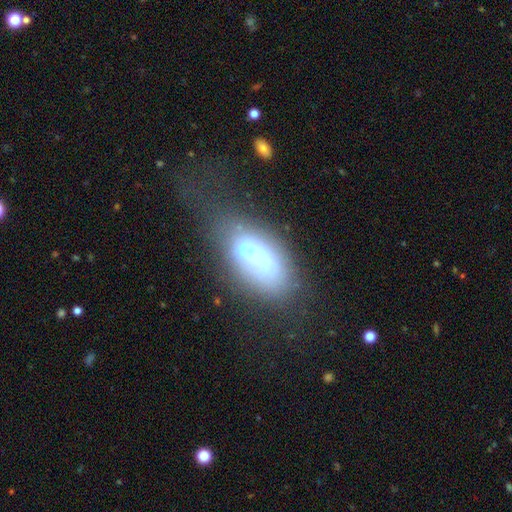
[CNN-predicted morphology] Overall: smooth (45%; featured or disk 42%). Merging: none (34%; major disturbance 28%).